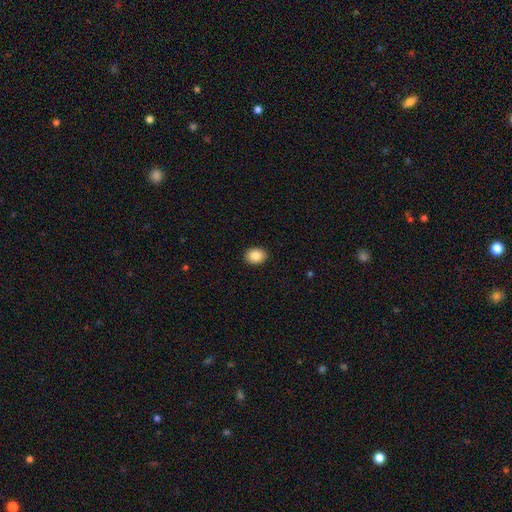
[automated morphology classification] smooth_or_featured: smooth (p=0.87) [alt: star or artifact p=0.08]
how_rounded: in between (p=0.59) [alt: round p=0.40]
merging: none (p=0.91) [alt: minor disturbance p=0.07]